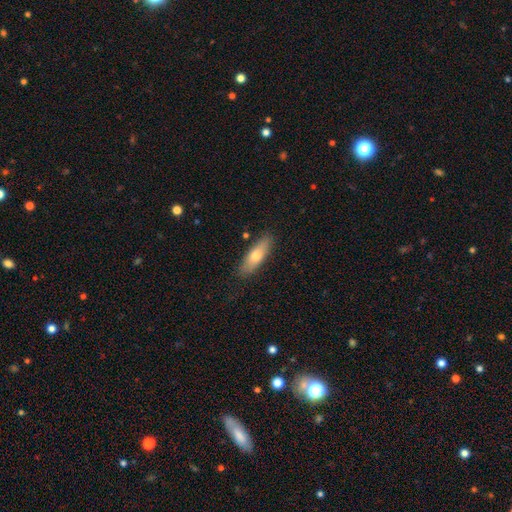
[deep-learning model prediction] smooth 67%, featured or disk 27%, star or artifact 6%. Down the decision tree: how rounded — cigar-shaped (50%); merging — none (85%).